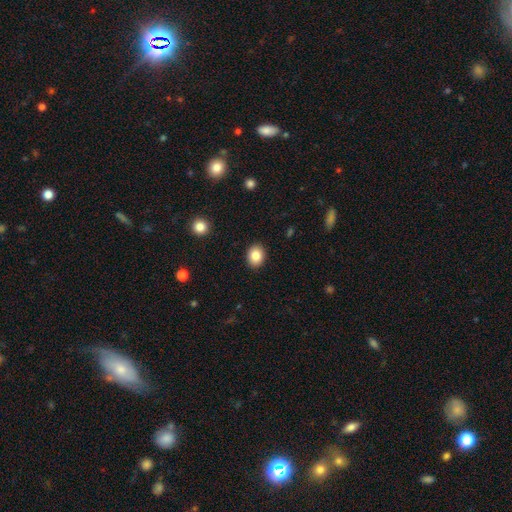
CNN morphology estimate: This is clearly a smooth galaxy (85%). How rounded: possibly round (52%). Merging: clearly none (91%).